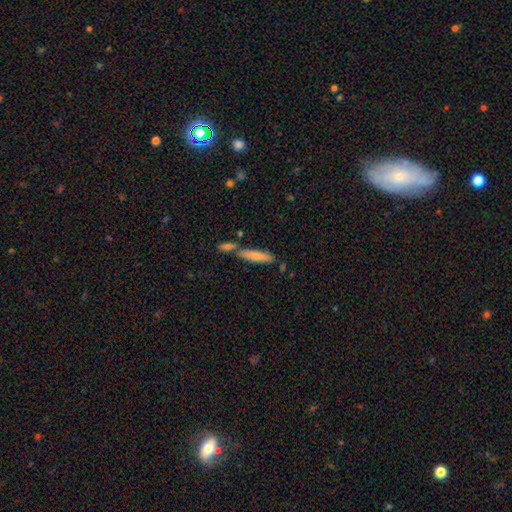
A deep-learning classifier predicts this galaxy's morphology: Smooth or featured?
  - smooth: 74% *
  - featured or disk: 20%
  - star or artifact: 6%
How rounded?
  - cigar-shaped: 76% *
  - in between: 22%
  - round: 2%
Merging?
  - none: 62% *
  - merger: 21%
  - minor disturbance: 13%
  - major disturbance: 3%